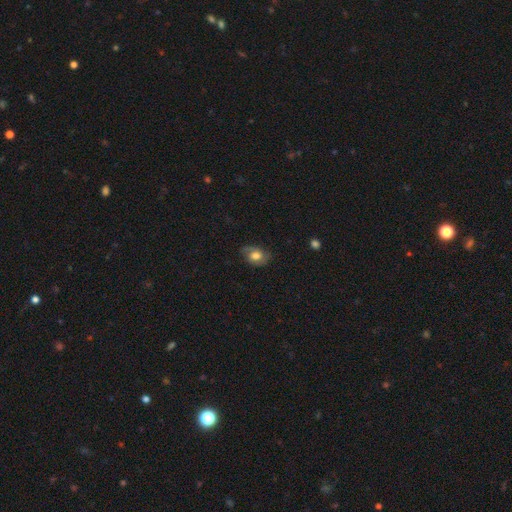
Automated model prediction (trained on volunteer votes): This appears to be a smooth galaxy with no disk features (53%) that is in between round and cigar-shaped (73%). Merging: none (69%).